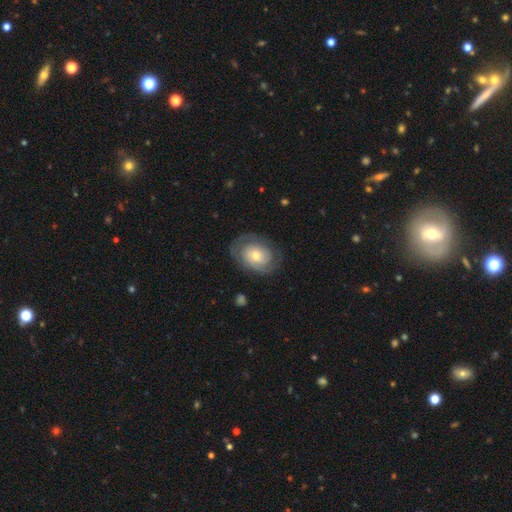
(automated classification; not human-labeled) Smooth or featured? featured or disk (68%)
Edge-on disk? no (96%)
Bar? no (77%)
Spiral arms? yes (82%)
Spiral winding? tight (63%)
Spiral arm count? 2 (55%)
Bulge size? moderate (50%)
Merging? none (75%)